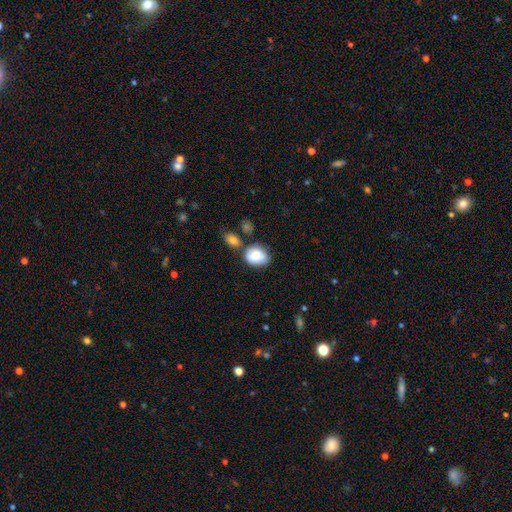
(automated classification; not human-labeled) A smooth galaxy with no disk features (80%) that is in between round and cigar-shaped (58%). Merging: none (52%).